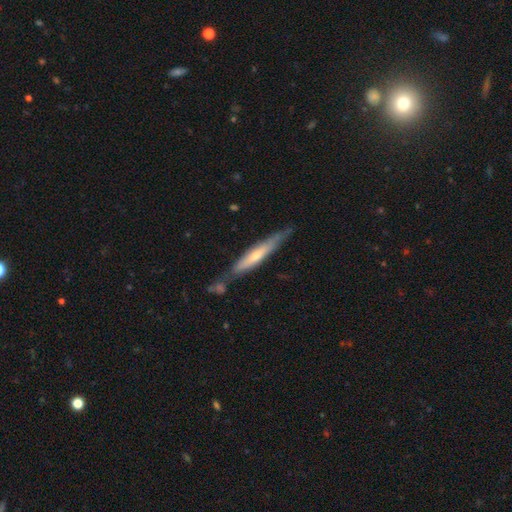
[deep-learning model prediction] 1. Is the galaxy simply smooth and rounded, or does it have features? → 57% featured or disk, 37% smooth, 6% star or artifact.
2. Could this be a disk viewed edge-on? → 87% yes, 13% no.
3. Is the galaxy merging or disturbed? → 70% none, 18% minor disturbance, 8% merger, 4% major disturbance.